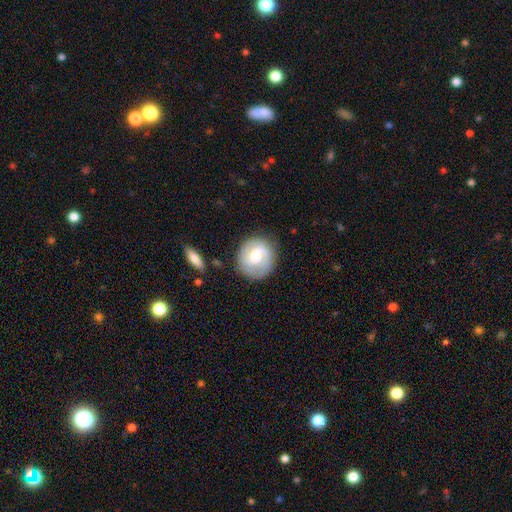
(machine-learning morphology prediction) Smooth or featured: featured or disk — 69% (smooth — 25%)
Edge-on disk: no — 98% (yes — 2%)
Bar: no — 49% (weak — 43%)
Spiral arms: yes — 93% (no — 7%)
Spiral winding: tight — 43% (medium — 42%)
Spiral arm count: 2 — 66% (can't tell — 13%)
Bulge size: moderate — 58% (small — 29%)
Merging: none — 79% (minor disturbance — 14%)